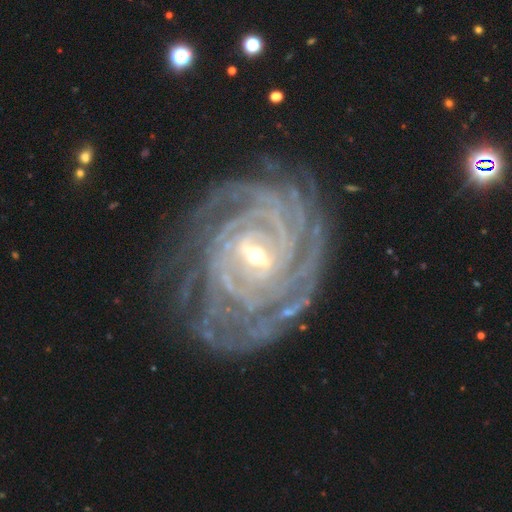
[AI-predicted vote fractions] A featured or disk galaxy (91%) with a weak bar (44%), 4 (23%, tied with more than 4) tight (85%) spiral arms (98%) and a small central bulge (54%). Merging: none (75%).